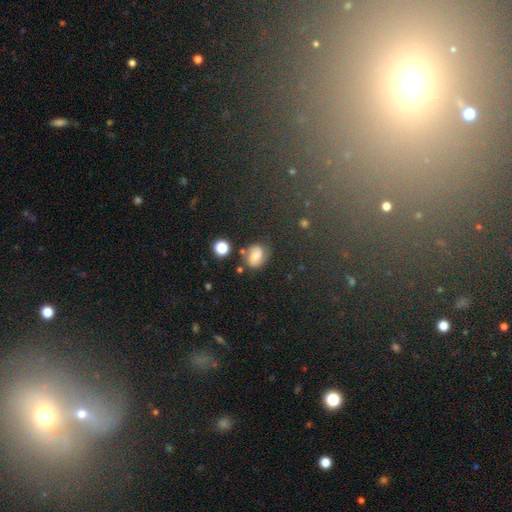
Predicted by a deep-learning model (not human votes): A smooth galaxy with no disk features (51%) that is in between round and cigar-shaped (54%). Merging: none (70%).